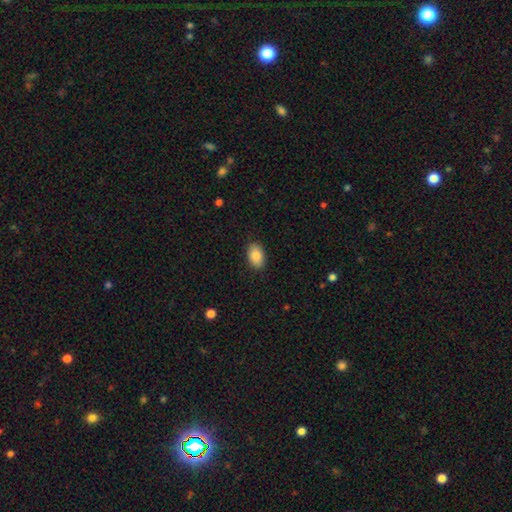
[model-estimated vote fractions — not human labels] A smooth galaxy with no disk features (88%) that is in between round and cigar-shaped (89%). Merging: none (88%).